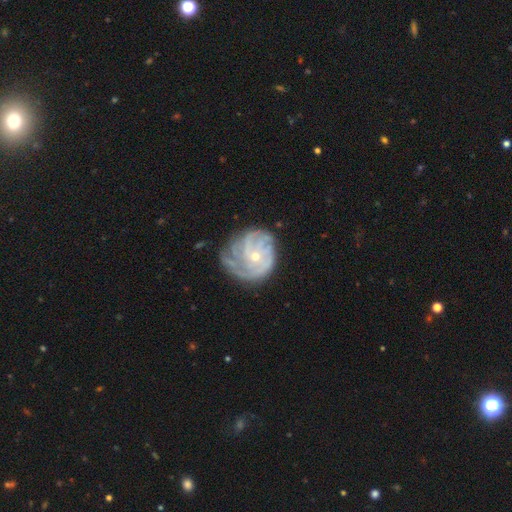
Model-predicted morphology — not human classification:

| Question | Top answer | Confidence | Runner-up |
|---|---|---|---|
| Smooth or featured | featured or disk | 81% | smooth (12%) |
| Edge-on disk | no | 98% | yes (2%) |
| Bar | no | 74% | weak (22%) |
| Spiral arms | yes | 90% | no (10%) |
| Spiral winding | tight | 62% | medium (28%) |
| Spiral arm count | can't tell | 39% | 4 (20%) |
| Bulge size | small | 68% | moderate (29%) |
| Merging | none | 58% | minor disturbance (25%) |